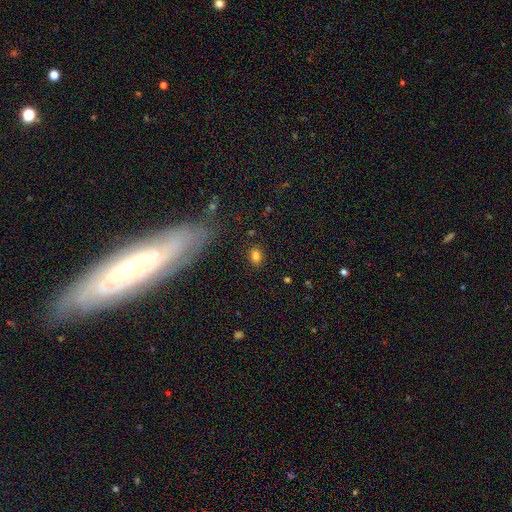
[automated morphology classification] This is clearly a smooth galaxy (82%). How rounded: likely in between (69%). Merging: clearly none (86%).